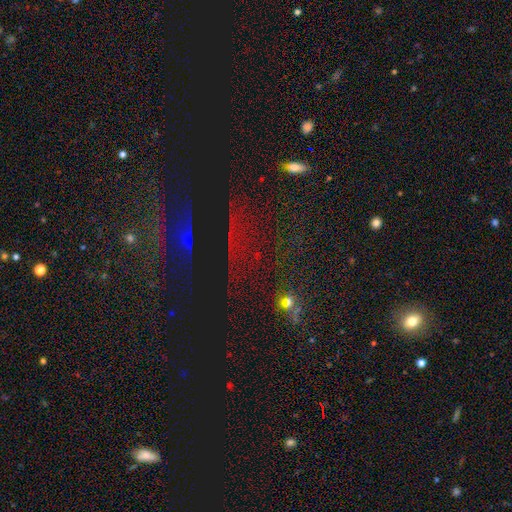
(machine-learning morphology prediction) The model was most divided on "smooth or featured": star or artifact: 63%, smooth: 24%, featured or disk: 12%.